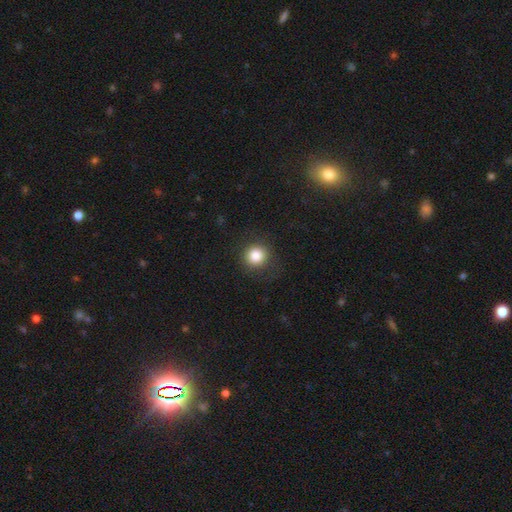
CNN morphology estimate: Q: Smooth or featured?
A: smooth (85%); runner-up: star or artifact (10%)
Q: How rounded?
A: round (92%); runner-up: in between (7%)
Q: Merging?
A: none (86%); runner-up: minor disturbance (9%)